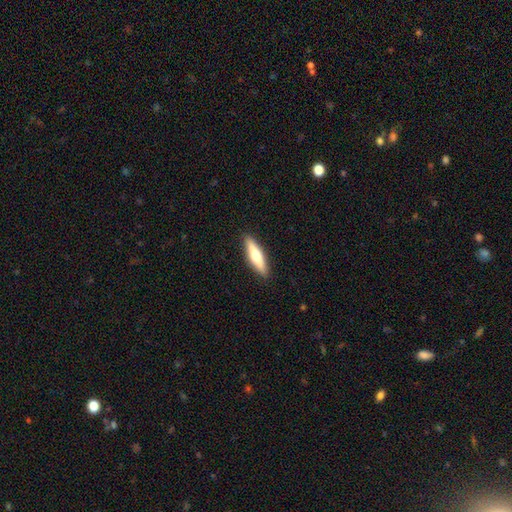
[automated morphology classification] A smooth galaxy with no disk features (53%) that is cigar-shaped (73%). Merging: none (91%).